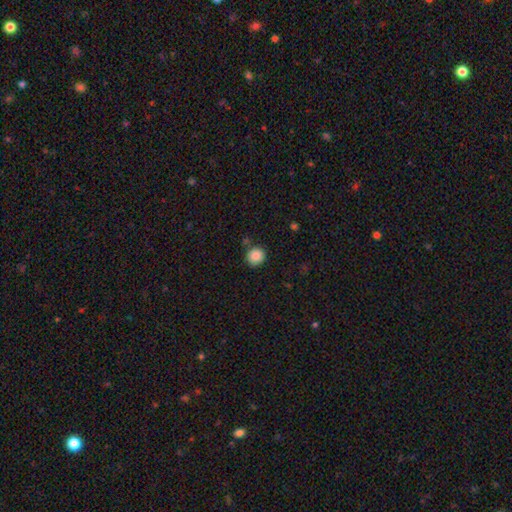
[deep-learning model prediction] Smooth or featured?
  - smooth: 87% *
  - star or artifact: 9%
  - featured or disk: 3%
How rounded?
  - round: 89% *
  - in between: 10%
  - cigar-shaped: 1%
Merging?
  - none: 83% *
  - minor disturbance: 10%
  - merger: 5%
  - major disturbance: 3%